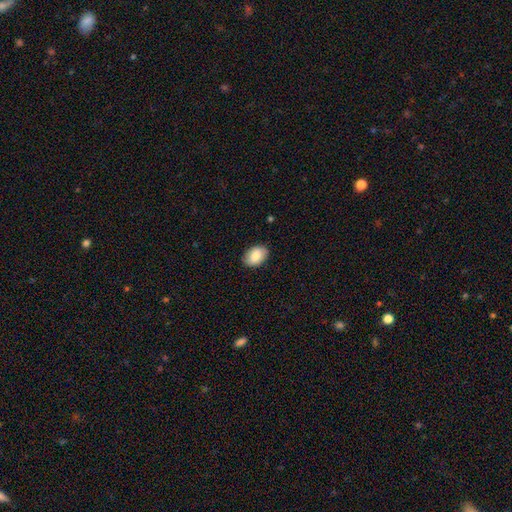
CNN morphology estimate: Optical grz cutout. It shows a smooth galaxy with no disk features (85%) that is in between round and cigar-shaped (87%). Merging: none (87%).